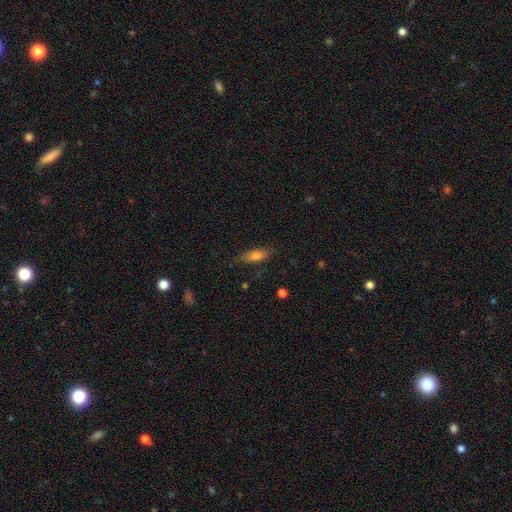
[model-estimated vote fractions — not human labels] smooth-or-featured: smooth: 70% | featured or disk: 22% | star or artifact: 8%
  how-rounded: in between: 58% | cigar-shaped: 39% | round: 3%
  merging: none: 76% | minor disturbance: 18% | major disturbance: 4% | merger: 2%